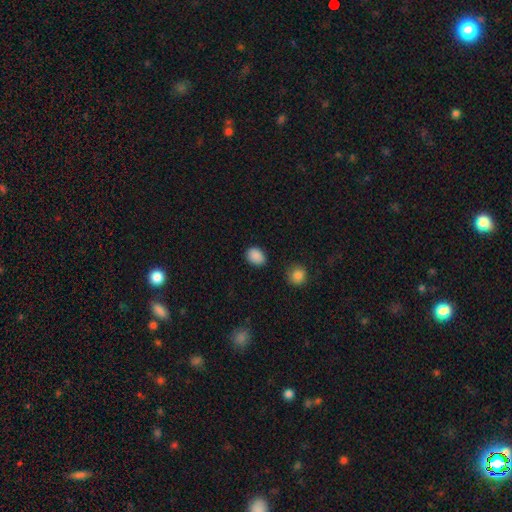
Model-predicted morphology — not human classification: A smooth galaxy with no disk features (88%) that is in between round and cigar-shaped (65%).

Vote fractions:
- Smooth or featured? smooth: 88% / star or artifact: 9% / featured or disk: 3%
- How rounded? in between: 65% / round: 34% / cigar-shaped: 1%
- Merging? none: 85% / minor disturbance: 10% / major disturbance: 3% / merger: 2%